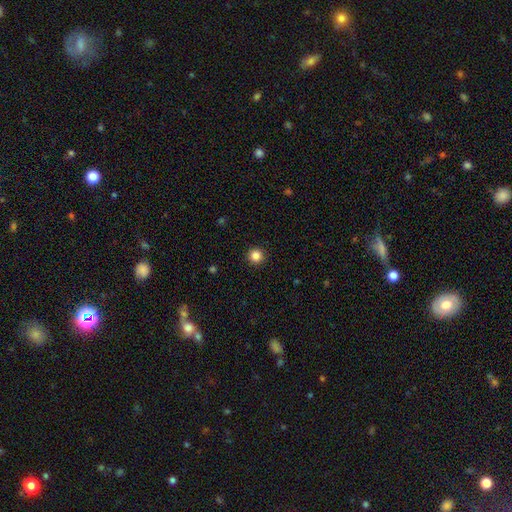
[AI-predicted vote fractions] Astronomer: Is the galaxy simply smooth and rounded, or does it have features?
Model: smooth — 84%.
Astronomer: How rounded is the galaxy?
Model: round — 96%.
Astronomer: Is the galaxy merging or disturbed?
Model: none — 93%.